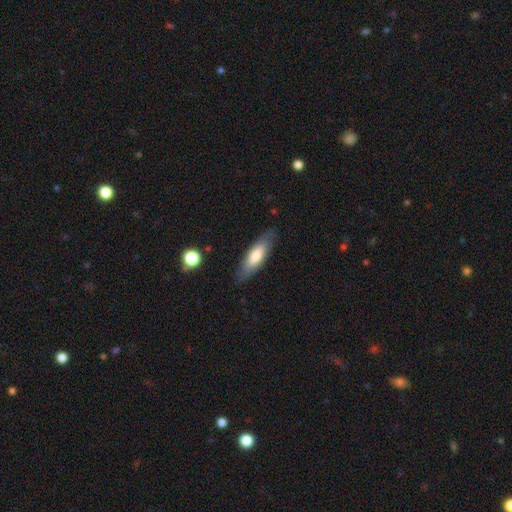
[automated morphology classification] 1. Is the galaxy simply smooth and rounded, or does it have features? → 69% smooth, 25% featured or disk, 6% star or artifact.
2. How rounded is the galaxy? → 50% cigar-shaped, 49% in between, 2% round.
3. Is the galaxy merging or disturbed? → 83% none, 13% minor disturbance, 3% major disturbance, 1% merger.